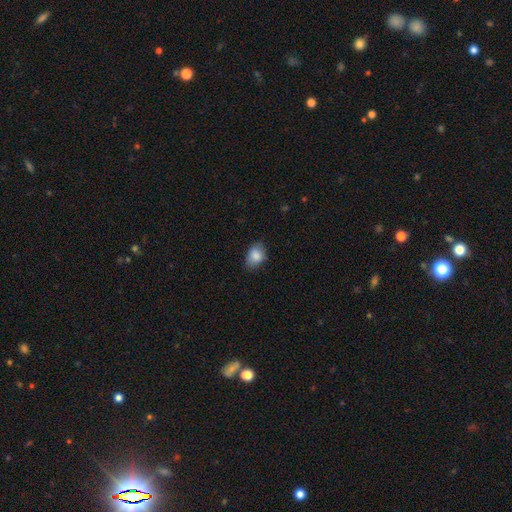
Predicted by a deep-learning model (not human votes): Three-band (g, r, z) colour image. It shows a smooth galaxy with no disk features (86%) that is in between round and cigar-shaped (80%). Merging: none (74%).